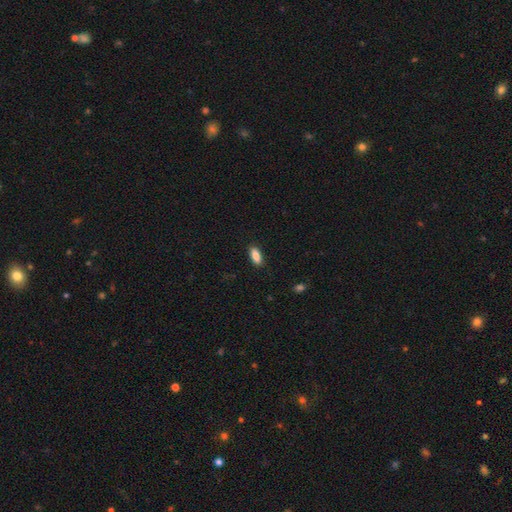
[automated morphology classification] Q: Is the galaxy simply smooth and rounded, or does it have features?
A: smooth — 87%.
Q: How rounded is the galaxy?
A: in between — 79%.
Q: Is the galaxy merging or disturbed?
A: none — 87%.